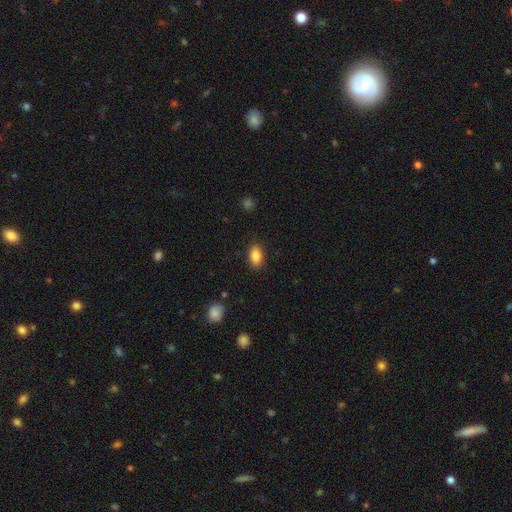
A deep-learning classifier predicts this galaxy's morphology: Q: Smooth or featured?
A: smooth (87%); runner-up: star or artifact (8%)
Q: How rounded?
A: in between (90%); runner-up: round (7%)
Q: Merging?
A: none (86%); runner-up: minor disturbance (11%)